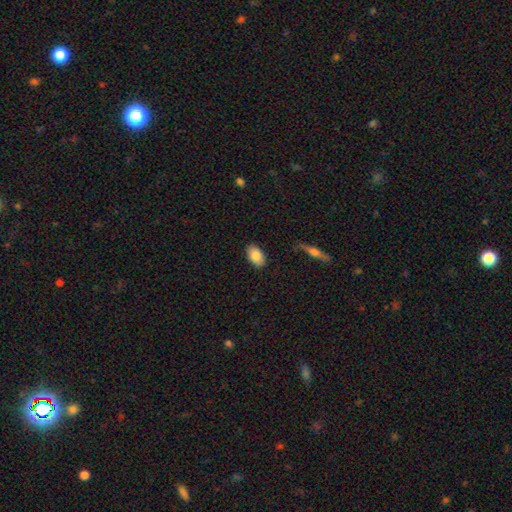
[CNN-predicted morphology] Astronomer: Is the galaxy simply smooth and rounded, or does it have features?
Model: smooth — 86%.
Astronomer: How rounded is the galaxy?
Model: in between — 92%.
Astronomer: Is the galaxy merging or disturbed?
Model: none — 87%.